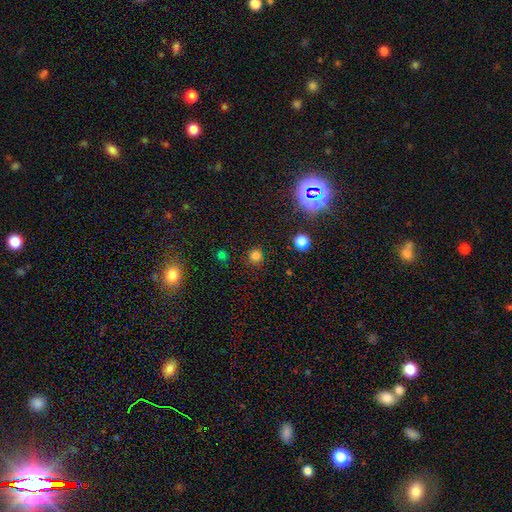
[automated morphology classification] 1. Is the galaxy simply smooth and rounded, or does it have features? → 75% smooth, 20% star or artifact, 5% featured or disk.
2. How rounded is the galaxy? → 93% round, 6% in between, 1% cigar-shaped.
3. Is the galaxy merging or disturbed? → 87% none, 8% minor disturbance, 3% major disturbance, 2% merger.